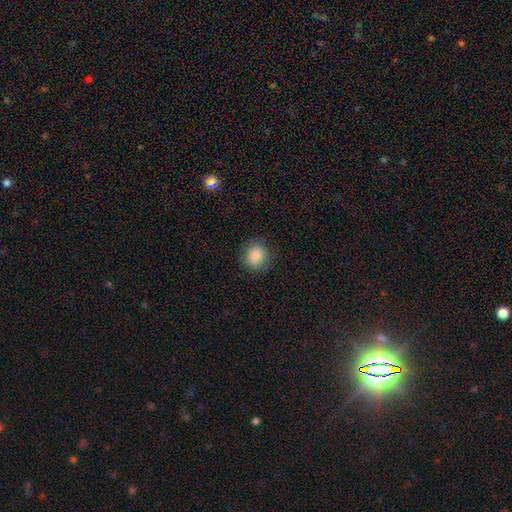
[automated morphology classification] smooth_or_featured: smooth (p=0.83) [alt: star or artifact p=0.09]
how_rounded: round (p=0.79) [alt: in between p=0.20]
merging: none (p=0.83) [alt: minor disturbance p=0.12]